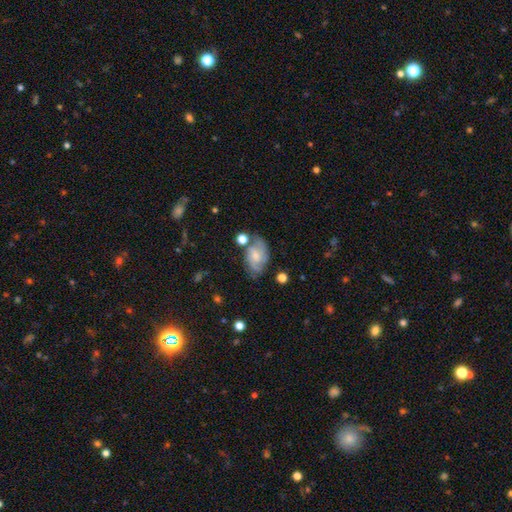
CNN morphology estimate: A featured or disk galaxy (62%) with no bar (63%), 2 (44%) medium (44%) spiral arms (88%) and a small central bulge (57%). Merging: none (57%).